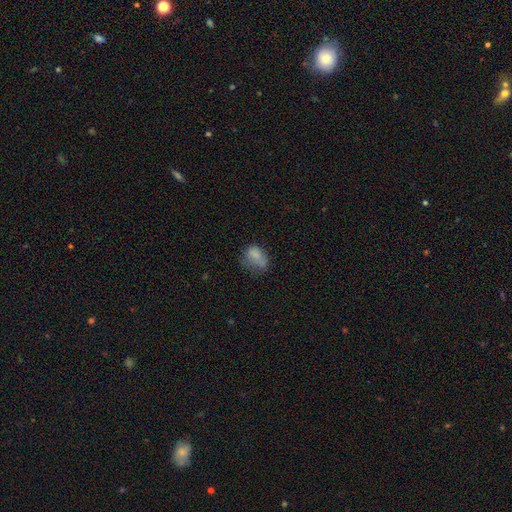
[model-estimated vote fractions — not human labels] smooth_or_featured: smooth (p=0.75) [alt: featured or disk p=0.14]
how_rounded: in between (p=0.77) [alt: round p=0.21]
merging: none (p=0.39) [alt: minor disturbance p=0.33]